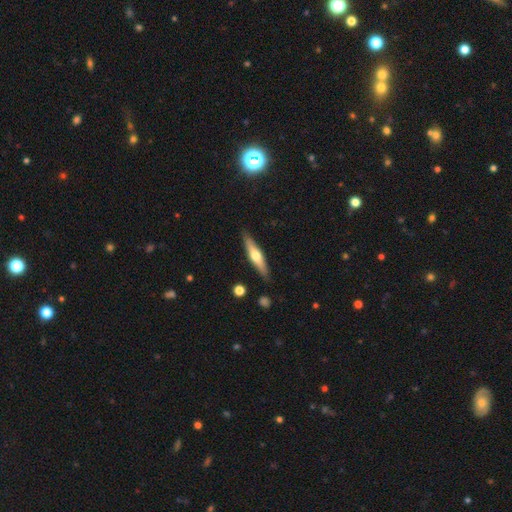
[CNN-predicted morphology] Smooth or featured?
  - featured or disk: 53% *
  - smooth: 42%
  - star or artifact: 6%
Edge-on disk?
  - yes: 93% *
  - no: 7%
Merging?
  - none: 87% *
  - minor disturbance: 9%
  - major disturbance: 2%
  - merger: 2%